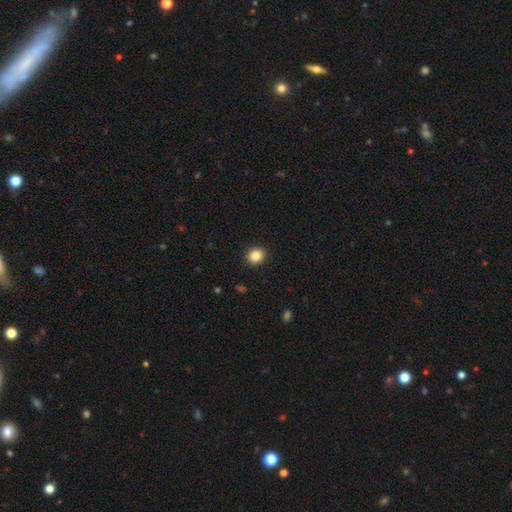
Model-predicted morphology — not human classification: Q: Smooth or featured?
A: smooth (86%); runner-up: star or artifact (9%)
Q: How rounded?
A: round (65%); runner-up: in between (34%)
Q: Merging?
A: none (91%); runner-up: minor disturbance (6%)